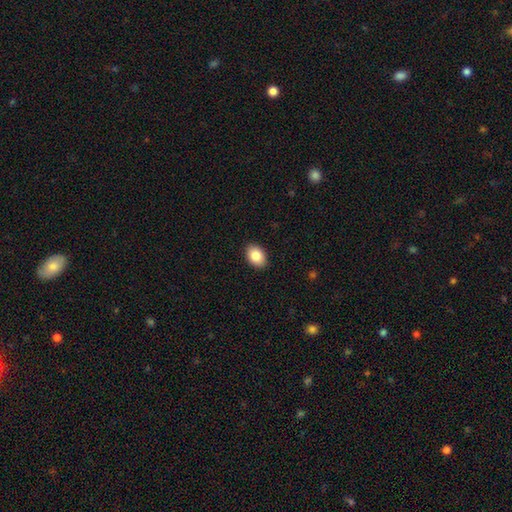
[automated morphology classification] Overall: smooth (86%). How rounded: in between (83%). Merging: none (90%).